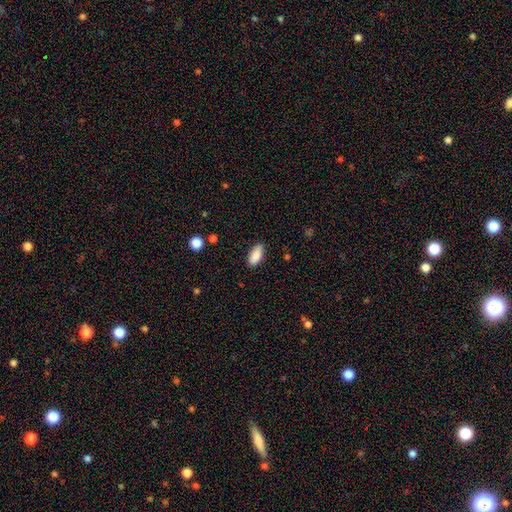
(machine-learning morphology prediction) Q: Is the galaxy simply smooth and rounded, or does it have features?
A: smooth — 88%.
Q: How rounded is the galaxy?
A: in between — 88%.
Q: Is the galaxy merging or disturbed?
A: none — 85%.